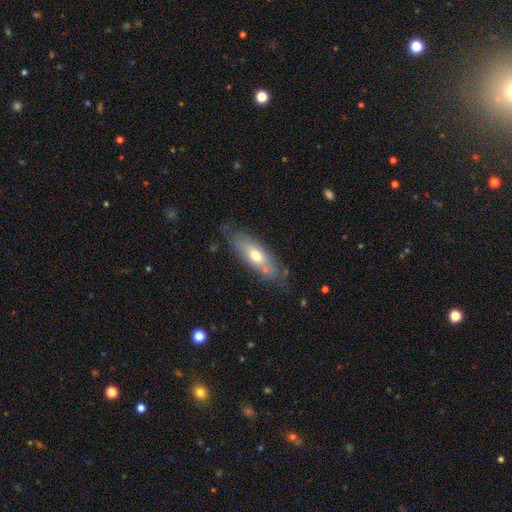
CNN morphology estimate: type=smooth (61%); roundness=in between (60%); merging=none (69%).